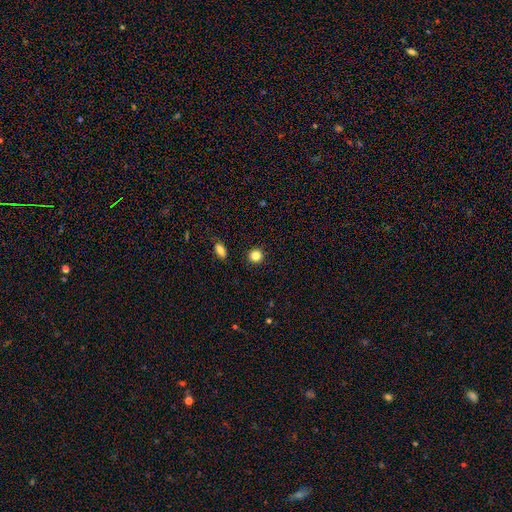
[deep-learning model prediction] A smooth galaxy with no disk features (84%) that is round (91%). Merging: none (91%).